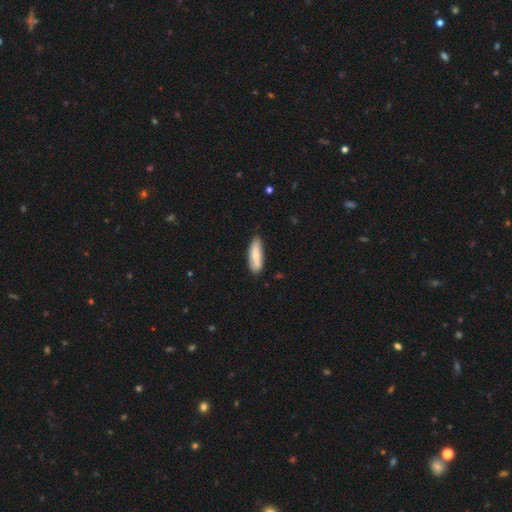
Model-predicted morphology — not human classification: smooth_or_featured: smooth (p=0.72) [alt: featured or disk p=0.22]
how_rounded: in between (p=0.51) [alt: cigar-shaped p=0.47]
merging: none (p=0.79) [alt: minor disturbance p=0.16]